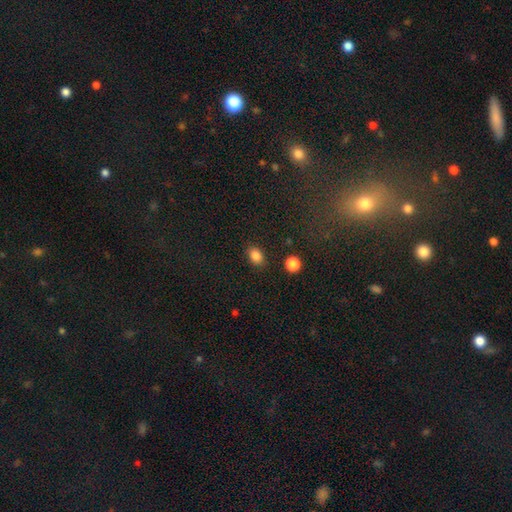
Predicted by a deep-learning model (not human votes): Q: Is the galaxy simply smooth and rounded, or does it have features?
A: smooth — 85%.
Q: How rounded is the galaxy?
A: in between — 66%.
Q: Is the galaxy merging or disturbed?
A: none — 86%.